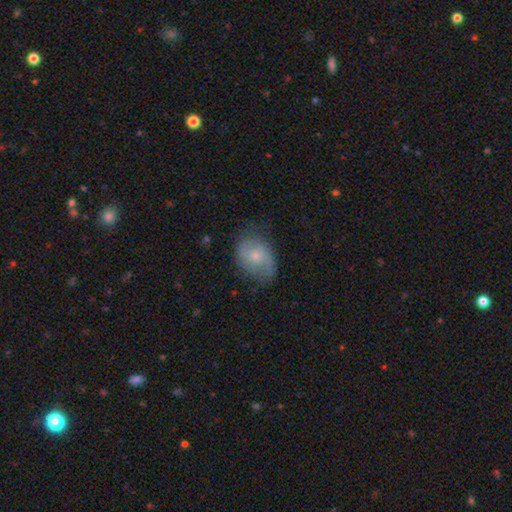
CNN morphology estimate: Smooth or featured: featured or disk — 48% (smooth — 44%)
Merging: none — 60% (minor disturbance — 28%)